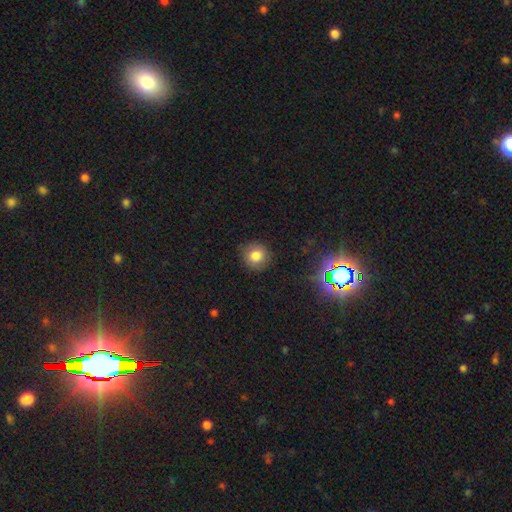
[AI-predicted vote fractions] Smooth or featured? smooth (80%)
How rounded? round (90%)
Merging? none (88%)